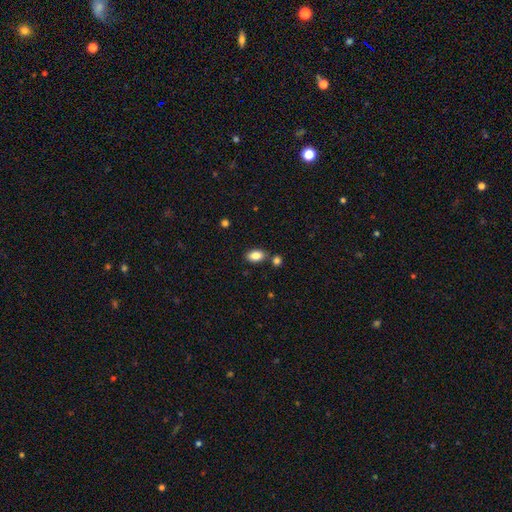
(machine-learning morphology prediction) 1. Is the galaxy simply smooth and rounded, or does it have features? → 86% smooth, 8% star or artifact, 6% featured or disk.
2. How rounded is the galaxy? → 86% in between, 12% round, 2% cigar-shaped.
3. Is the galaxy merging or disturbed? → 74% none, 12% merger, 11% minor disturbance, 3% major disturbance.